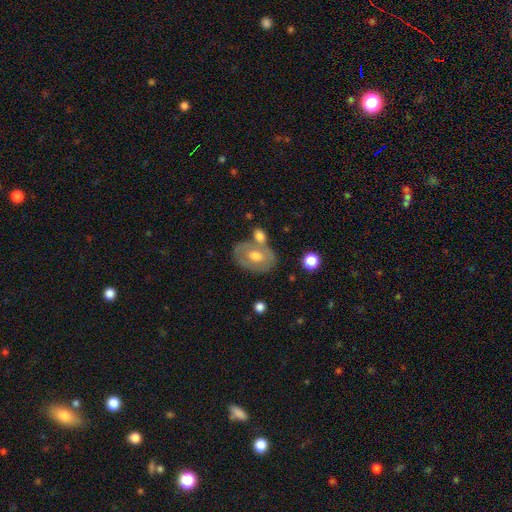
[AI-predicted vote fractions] smooth 47%, featured or disk 46%, star or artifact 7%. Down the decision tree: merging — none (54%).